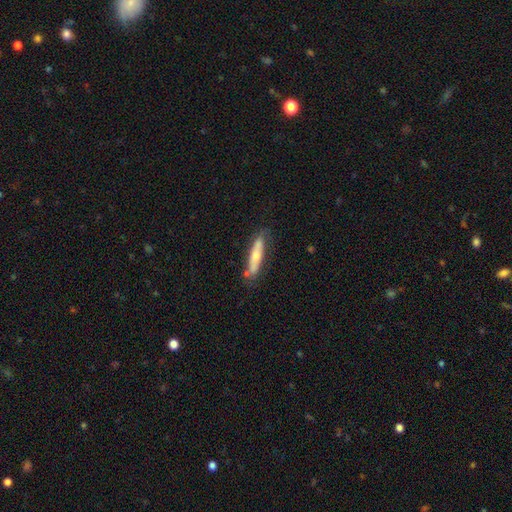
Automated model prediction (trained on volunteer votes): This is possibly a smooth galaxy (55%). How rounded: clearly cigar-shaped (85%). Merging: likely none (69%).